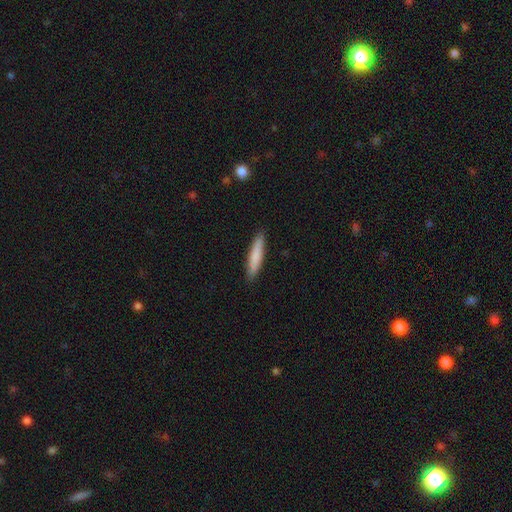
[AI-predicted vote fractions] Smooth or featured?
  - smooth: 79% *
  - featured or disk: 16%
  - star or artifact: 5%
How rounded?
  - cigar-shaped: 90% *
  - in between: 9%
  - round: 1%
Merging?
  - none: 90% *
  - minor disturbance: 7%
  - major disturbance: 1%
  - merger: 1%